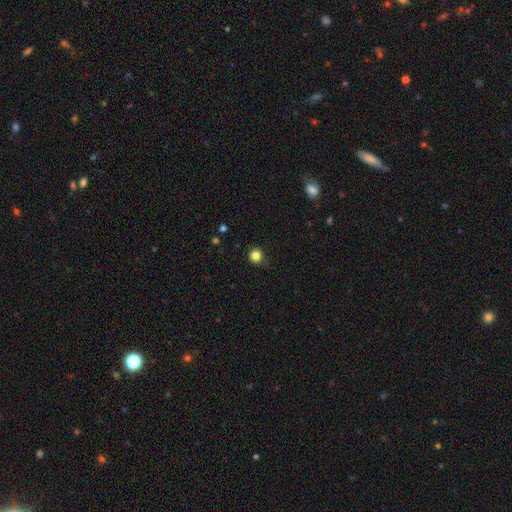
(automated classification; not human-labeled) This is clearly a smooth galaxy (83%). How rounded: clearly round (92%). Merging: clearly none (88%).